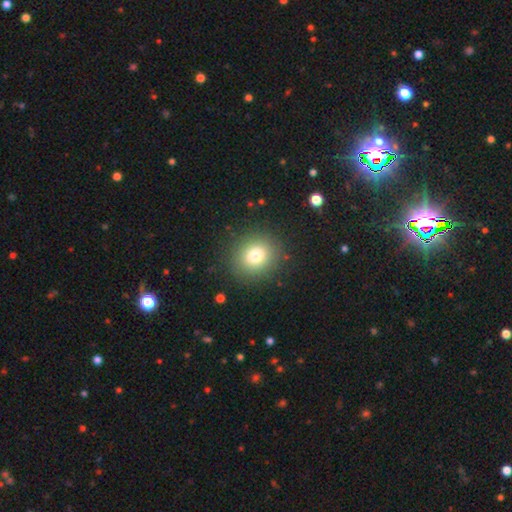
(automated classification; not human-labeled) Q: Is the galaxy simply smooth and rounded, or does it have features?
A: smooth — 76%.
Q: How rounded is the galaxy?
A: round — 85%.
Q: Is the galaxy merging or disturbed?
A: none — 89%.